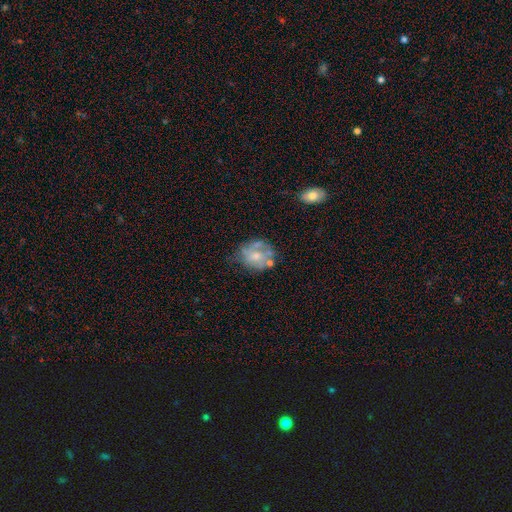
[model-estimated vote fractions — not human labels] featured or disk 51%, smooth 41%, star or artifact 9%. Down the decision tree: edge-on disk — no (97%); merging — none (44%).